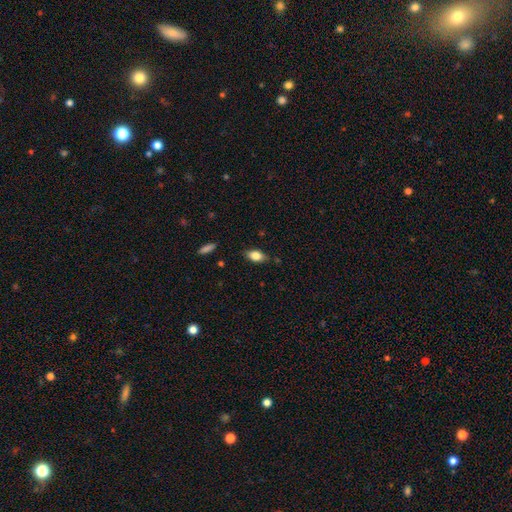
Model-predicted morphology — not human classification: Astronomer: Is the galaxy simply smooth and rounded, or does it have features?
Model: smooth — 81%.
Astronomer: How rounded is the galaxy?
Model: in between — 88%.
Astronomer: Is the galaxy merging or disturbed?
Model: none — 81%.